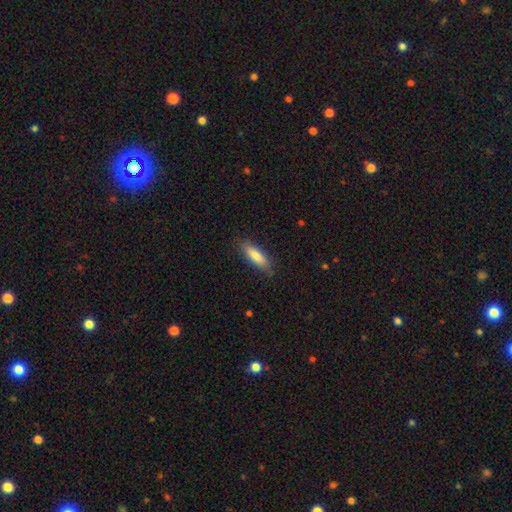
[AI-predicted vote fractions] This is clearly a smooth galaxy (81%). How rounded: possibly in between (49%, tied with cigar-shaped). Merging: clearly none (84%).